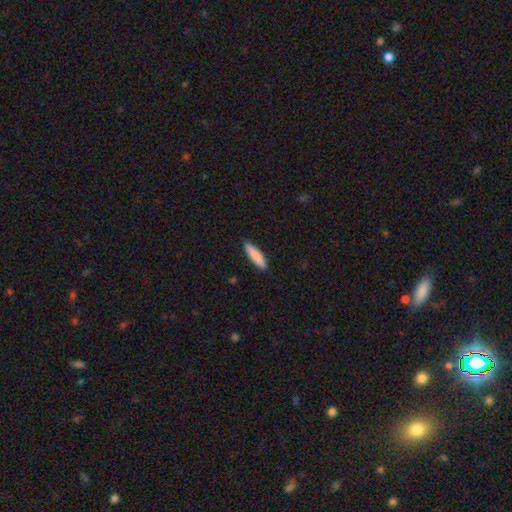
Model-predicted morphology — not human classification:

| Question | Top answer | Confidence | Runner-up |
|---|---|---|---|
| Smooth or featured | smooth | 85% | featured or disk (9%) |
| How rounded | cigar-shaped | 79% | in between (19%) |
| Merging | none | 89% | minor disturbance (8%) |